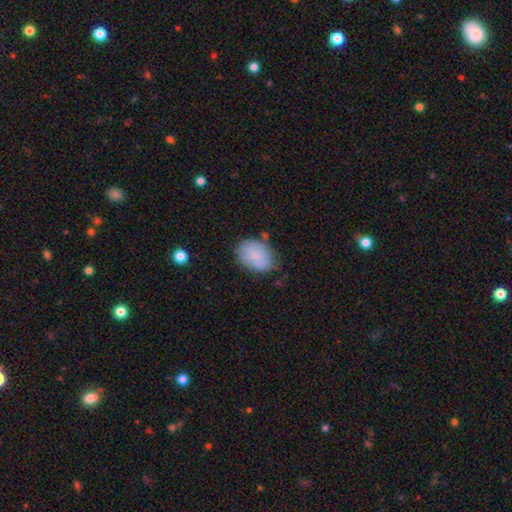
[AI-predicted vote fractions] smooth-or-featured: smooth: 77% | featured or disk: 16% | star or artifact: 7%
  how-rounded: in between: 73% | round: 26% | cigar-shaped: 1%
  merging: none: 68% | minor disturbance: 22% | major disturbance: 6% | merger: 4%